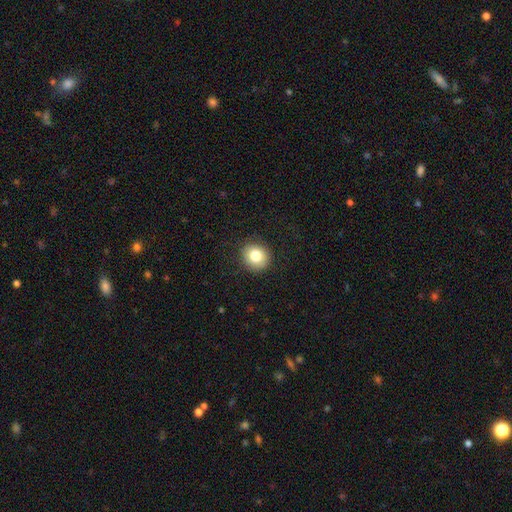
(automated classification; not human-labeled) Smooth or featured?
  - smooth: 81% *
  - star or artifact: 10%
  - featured or disk: 9%
How rounded?
  - round: 85% *
  - in between: 14%
  - cigar-shaped: 1%
Merging?
  - none: 89% *
  - minor disturbance: 7%
  - major disturbance: 2%
  - merger: 1%